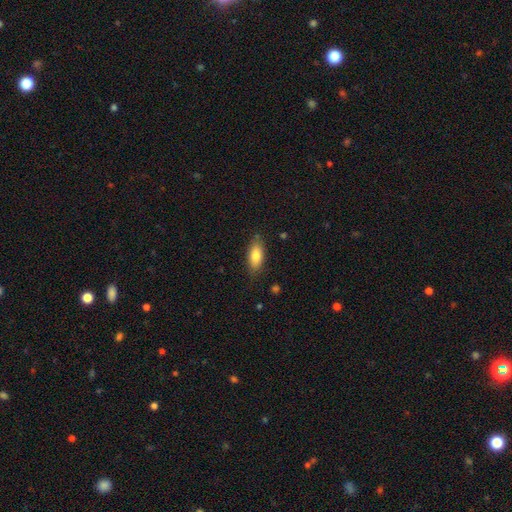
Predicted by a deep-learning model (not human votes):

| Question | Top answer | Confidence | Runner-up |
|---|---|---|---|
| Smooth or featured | smooth | 82% | featured or disk (11%) |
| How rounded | in between | 83% | cigar-shaped (15%) |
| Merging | none | 80% | minor disturbance (15%) |